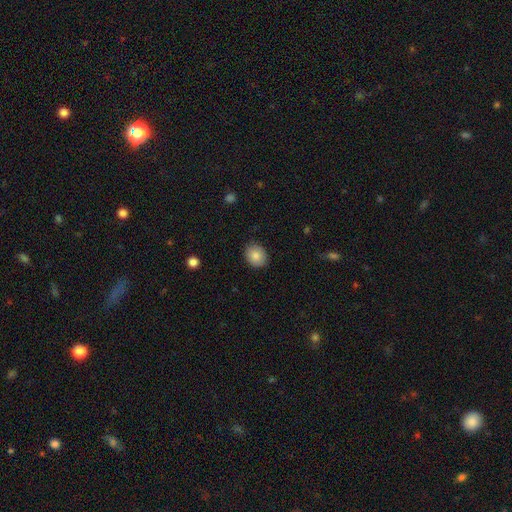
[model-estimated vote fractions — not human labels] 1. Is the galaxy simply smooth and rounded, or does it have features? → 85% smooth, 8% star or artifact, 7% featured or disk.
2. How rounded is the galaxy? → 55% round, 44% in between, 1% cigar-shaped.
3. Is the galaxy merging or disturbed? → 86% none, 11% minor disturbance, 2% major disturbance, 1% merger.